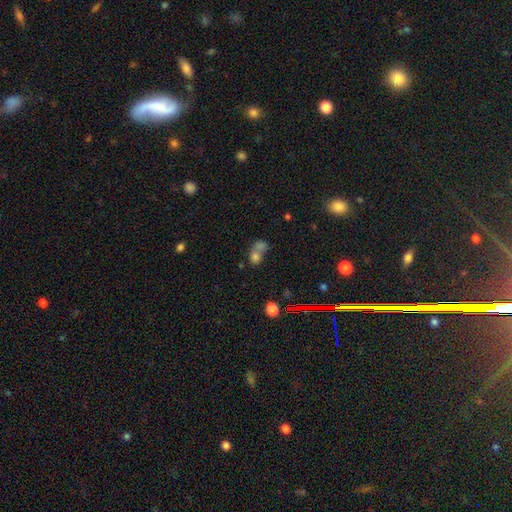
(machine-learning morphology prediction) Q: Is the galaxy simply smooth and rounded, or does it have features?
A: smooth — 60%.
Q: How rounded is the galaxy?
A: round — 56%.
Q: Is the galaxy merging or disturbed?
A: merger — 60%.